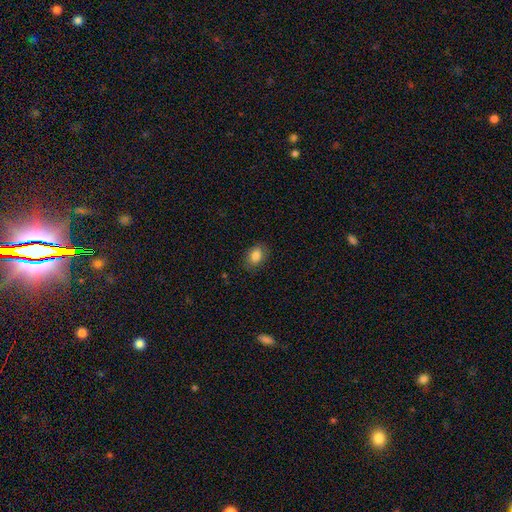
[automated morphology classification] smooth_or_featured: smooth (p=0.84) [alt: star or artifact p=0.08]
how_rounded: in between (p=0.76) [alt: round p=0.23]
merging: none (p=0.81) [alt: minor disturbance p=0.14]